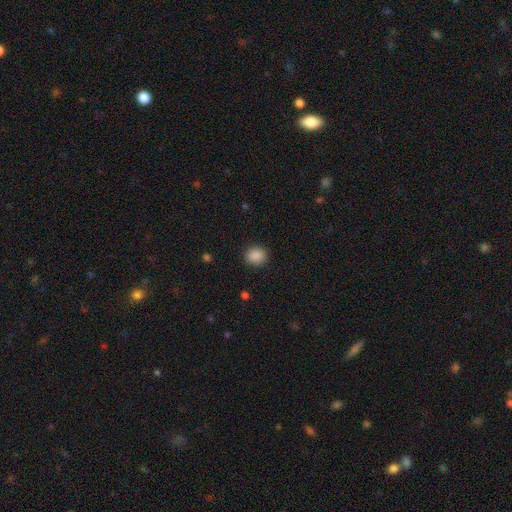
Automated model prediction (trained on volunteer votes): smooth-or-featured: smooth: 88% | star or artifact: 9% | featured or disk: 3%
  how-rounded: round: 72% | in between: 27% | cigar-shaped: 1%
  merging: none: 89% | minor disturbance: 7% | major disturbance: 3% | merger: 1%